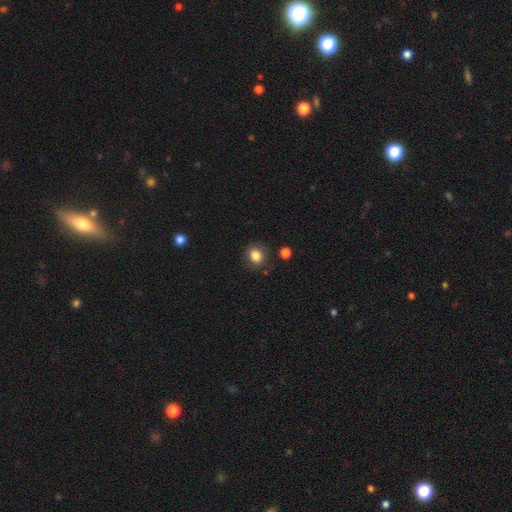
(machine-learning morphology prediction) type=smooth (84%); roundness=round (59%); merging=none (82%).